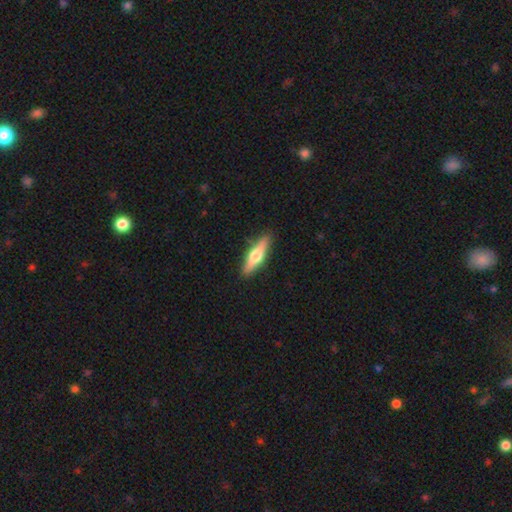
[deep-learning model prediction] Q: Smooth or featured?
A: featured or disk (53%); runner-up: smooth (41%)
Q: Edge-on disk?
A: yes (94%); runner-up: no (6%)
Q: Edge-on bulge?
A: rounded (94%); runner-up: boxy (3%)
Q: Merging?
A: none (89%); runner-up: minor disturbance (8%)